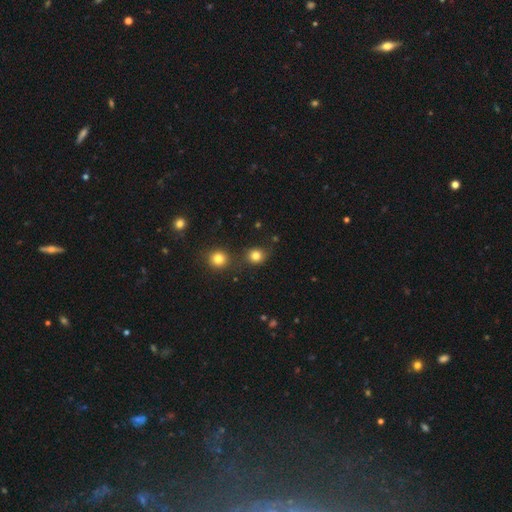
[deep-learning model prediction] smooth_or_featured: smooth (p=0.81) [alt: star or artifact p=0.14]
how_rounded: round (p=0.81) [alt: in between p=0.18]
merging: none (p=0.74) [alt: minor disturbance p=0.12]